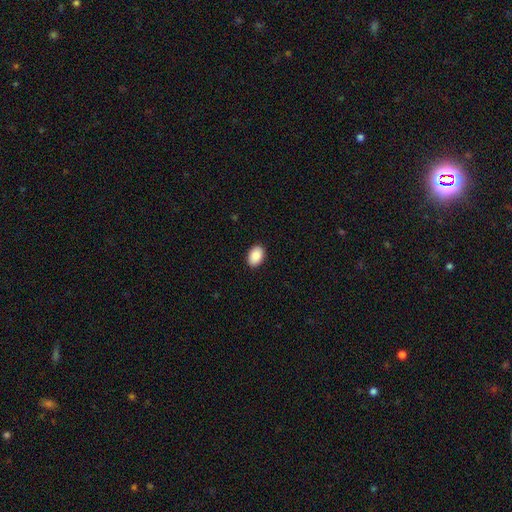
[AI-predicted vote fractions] smooth_or_featured: smooth (p=0.90) [alt: star or artifact p=0.07]
how_rounded: in between (p=0.84) [alt: round p=0.15]
merging: none (p=0.90) [alt: minor disturbance p=0.07]